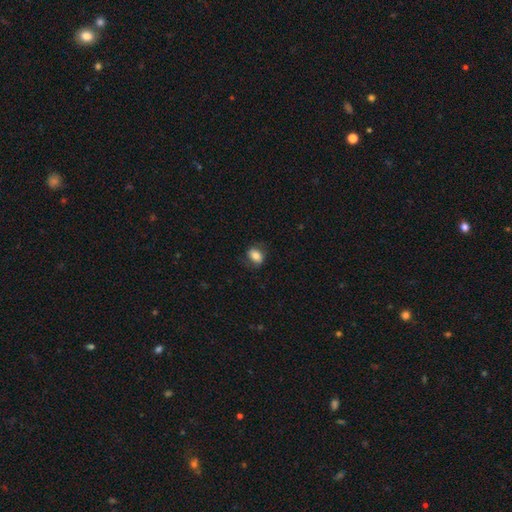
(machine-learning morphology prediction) Overall: smooth (73%). How rounded: in between (73%). Merging: none (74%).